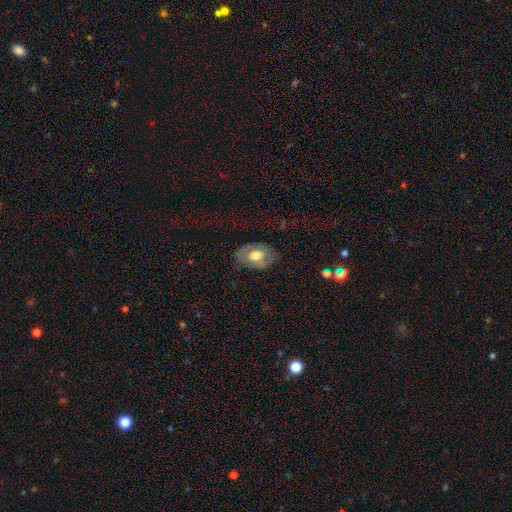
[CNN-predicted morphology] Smooth or featured? featured or disk (48%)
Merging? none (69%)